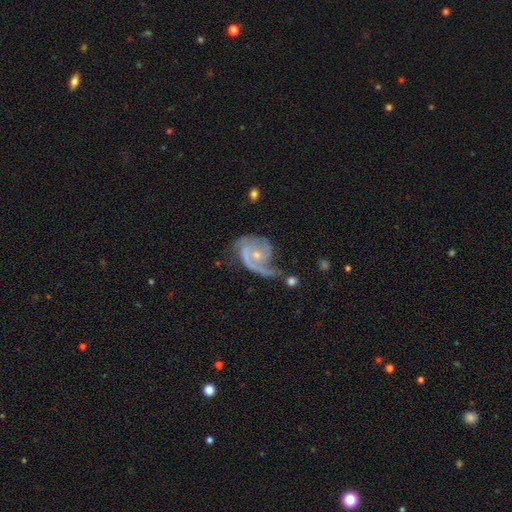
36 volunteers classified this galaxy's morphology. type=featured or disk (94%); edge-on=no (97%); bar=no (70%); spiral arms=yes (94%); winding=medium (48%); arm count=2 (84%); bulge=small (55%); merging=none (50%).